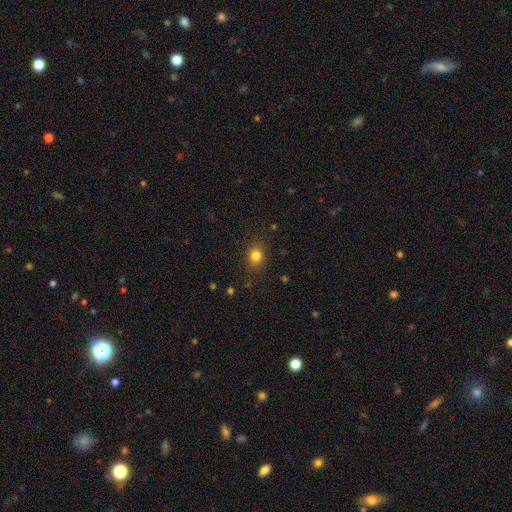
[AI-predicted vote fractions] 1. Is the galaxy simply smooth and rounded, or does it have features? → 81% smooth, 13% star or artifact, 6% featured or disk.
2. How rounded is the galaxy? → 61% round, 38% in between, 1% cigar-shaped.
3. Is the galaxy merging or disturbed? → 87% none, 9% minor disturbance, 3% major disturbance, 1% merger.